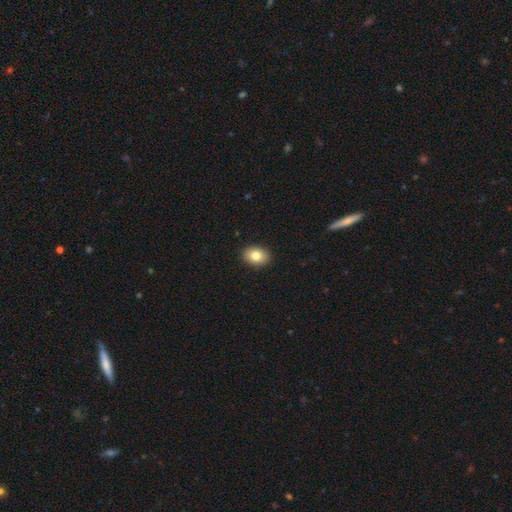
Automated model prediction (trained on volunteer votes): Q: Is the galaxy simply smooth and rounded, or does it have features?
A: smooth — 82%.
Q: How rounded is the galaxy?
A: in between — 73%.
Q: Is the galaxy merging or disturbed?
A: none — 91%.